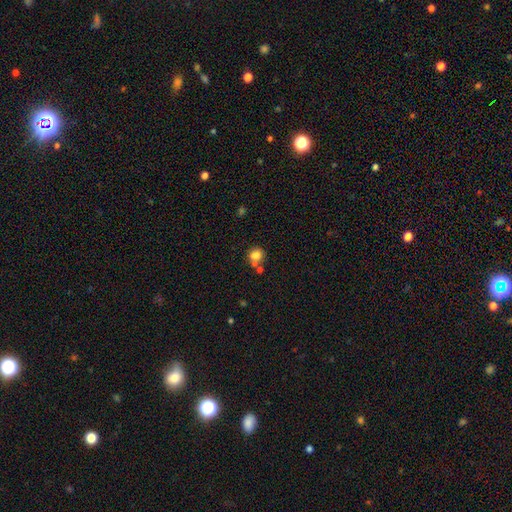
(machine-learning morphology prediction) Smooth or featured?
  - smooth: 78% *
  - star or artifact: 12%
  - featured or disk: 10%
How rounded?
  - round: 77% *
  - in between: 22%
  - cigar-shaped: 1%
Merging?
  - none: 56% *
  - merger: 28%
  - minor disturbance: 11%
  - major disturbance: 4%